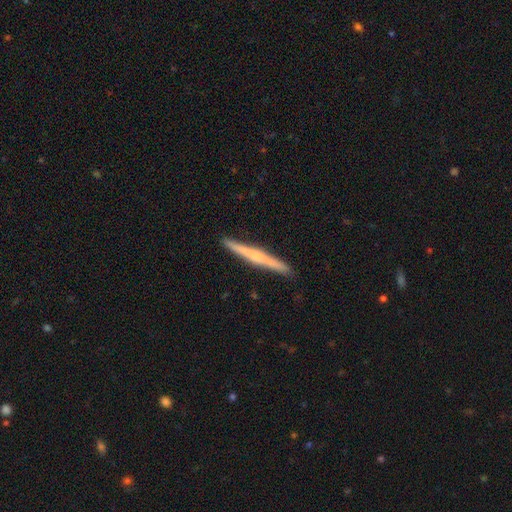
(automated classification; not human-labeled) Q: Smooth or featured?
A: featured or disk (60%); runner-up: smooth (34%)
Q: Edge-on disk?
A: yes (98%); runner-up: no (2%)
Q: Edge-on bulge?
A: rounded (58%); runner-up: none (30%)
Q: Merging?
A: none (92%); runner-up: minor disturbance (6%)